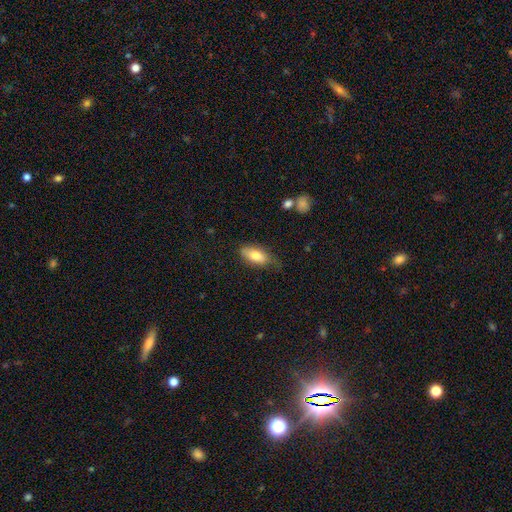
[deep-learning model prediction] Smooth or featured? Predicted: smooth (p=0.77). How rounded? Predicted: in between (p=0.83). Merging? Predicted: none (p=0.65).